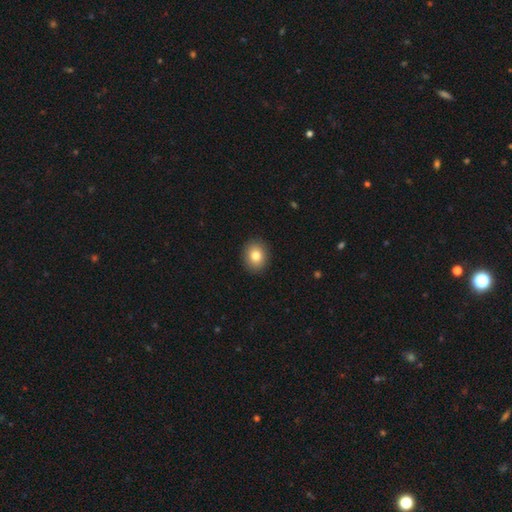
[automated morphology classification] smooth 81%, star or artifact 10%, featured or disk 9%. Down the decision tree: how rounded — round (63%); merging — none (91%).